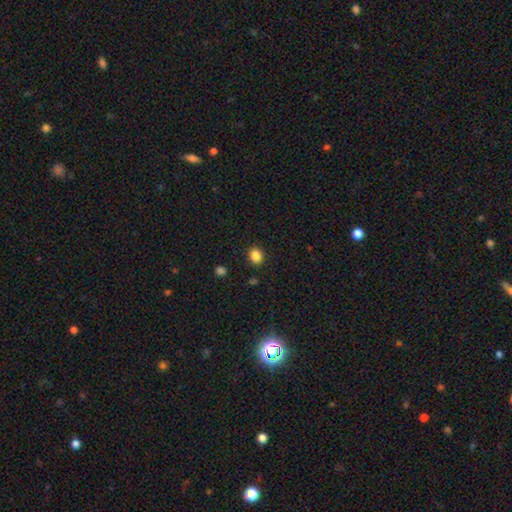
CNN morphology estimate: Smooth or featured: smooth — 85% (star or artifact — 11%)
How rounded: round — 65% (in between — 35%)
Merging: none — 89% (minor disturbance — 7%)